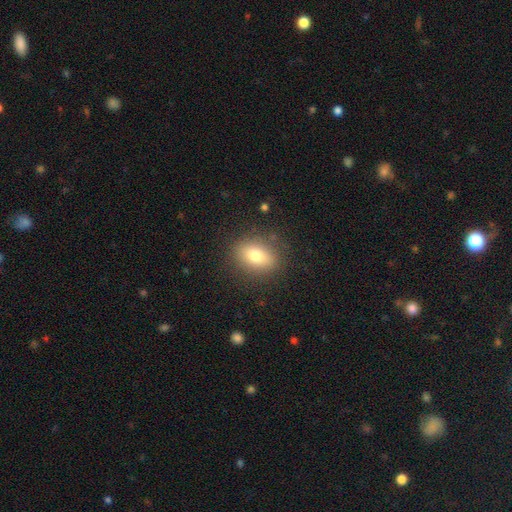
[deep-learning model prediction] The model was most divided on "how rounded": in between: 70%, round: 27%, cigar-shaped: 3%. More confident: merging — none (85%); smooth or featured — smooth (75%).